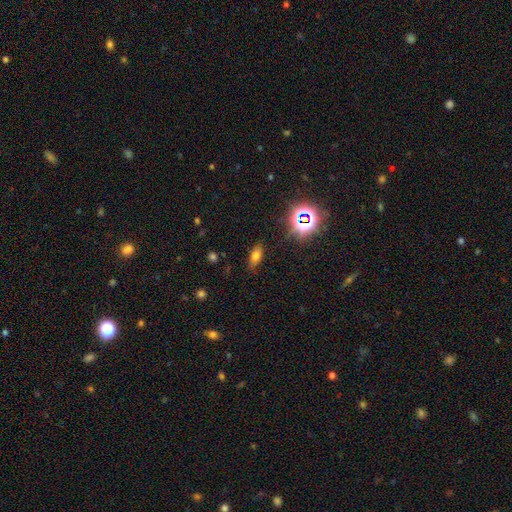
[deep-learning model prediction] smooth-or-featured: smooth: 66% | star or artifact: 21% | featured or disk: 13%
  how-rounded: in between: 79% | cigar-shaped: 14% | round: 6%
  merging: none: 83% | minor disturbance: 12% | major disturbance: 4% | merger: 2%